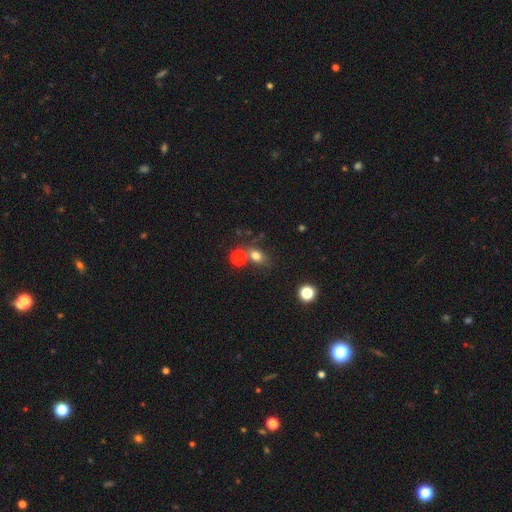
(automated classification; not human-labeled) smooth_or_featured: smooth (p=0.76) [alt: star or artifact p=0.15]
how_rounded: in between (p=0.60) [alt: round p=0.38]
merging: none (p=0.62) [alt: merger p=0.21]